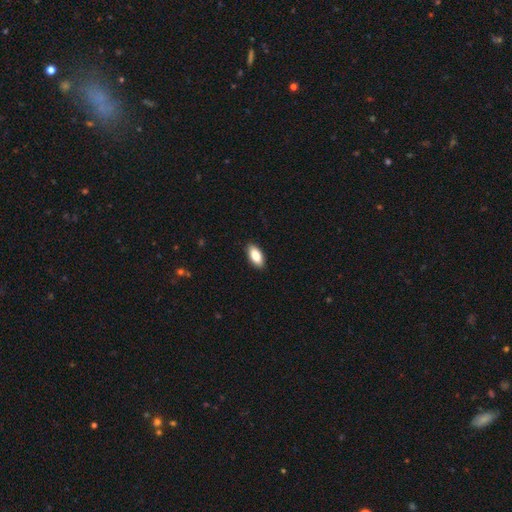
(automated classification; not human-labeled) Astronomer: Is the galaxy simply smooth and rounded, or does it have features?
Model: smooth — 85%.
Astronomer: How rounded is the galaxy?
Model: in between — 87%.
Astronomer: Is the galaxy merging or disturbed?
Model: none — 89%.